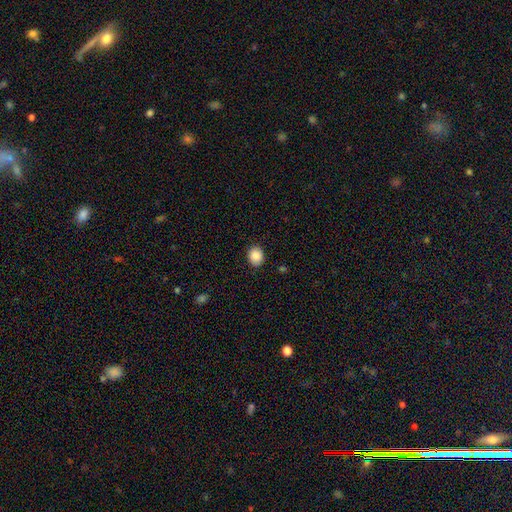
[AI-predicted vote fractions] The model was most divided on "how rounded": round: 58%, in between: 41%, cigar-shaped: 1%. More confident: smooth or featured — smooth (89%); merging — none (88%).